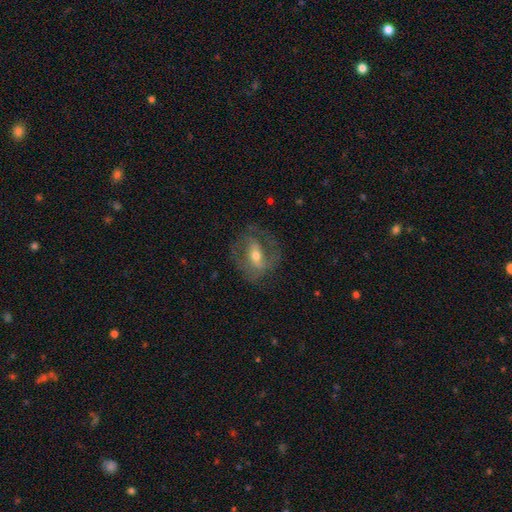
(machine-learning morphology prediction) smooth-or-featured: featured or disk: 75% | smooth: 17% | star or artifact: 8%
  disk-edge-on: no: 93% | yes: 7%
    bar: weak: 37% (tied) | strong: 37% (tied) | no: 26%
    has-spiral-arms: yes: 76% | no: 24%
      spiral-winding: medium: 45% | tight: 36% | loose: 19%
      spiral-arm-count: 2: 69% | can't tell: 18% | 1: 7% | 3: 4% | 4: 1% | more than 4: 1%
    bulge-size: moderate: 59% | small: 35% | large: 4% | none: 1% | dominant: 1%
  merging: none: 70% | minor disturbance: 16% | major disturbance: 13% | merger: 1%